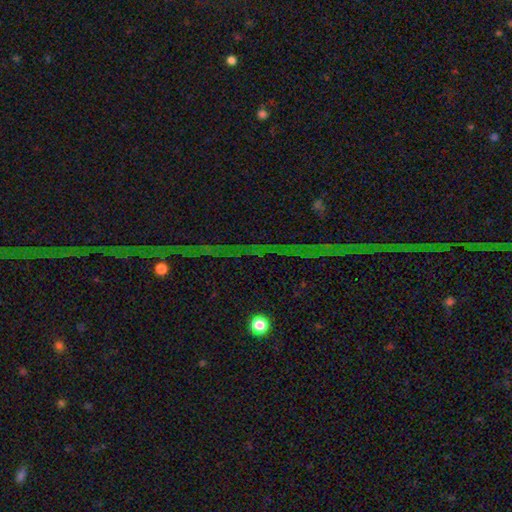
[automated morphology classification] type=star or artifact (76%).